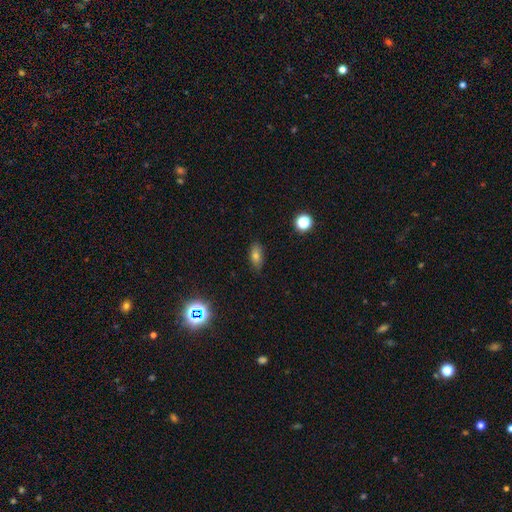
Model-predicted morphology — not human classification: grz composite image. It shows a smooth galaxy with no disk features (74%) that is in between round and cigar-shaped (83%). Merging: none (84%).